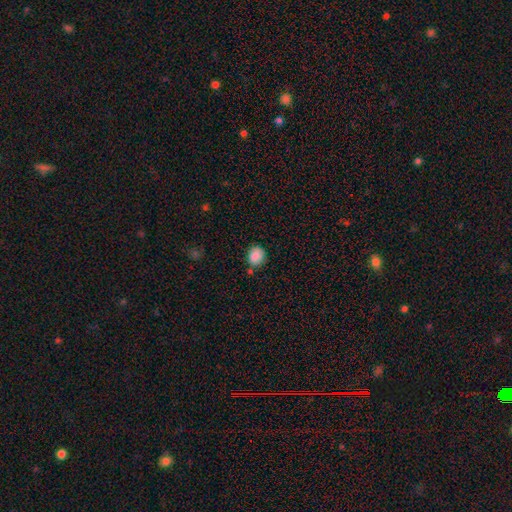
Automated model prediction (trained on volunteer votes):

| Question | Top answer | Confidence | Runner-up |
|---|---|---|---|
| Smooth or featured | smooth | 87% | star or artifact (9%) |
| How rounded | round | 66% | in between (33%) |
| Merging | none | 72% | minor disturbance (18%) |